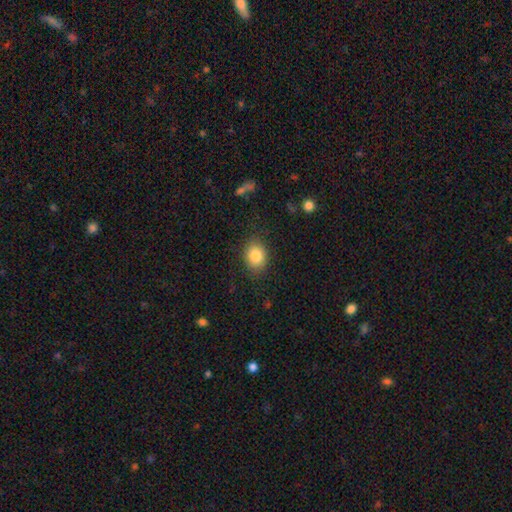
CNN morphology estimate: Smooth or featured? smooth (84%)
How rounded? round (51%)
Merging? none (84%)